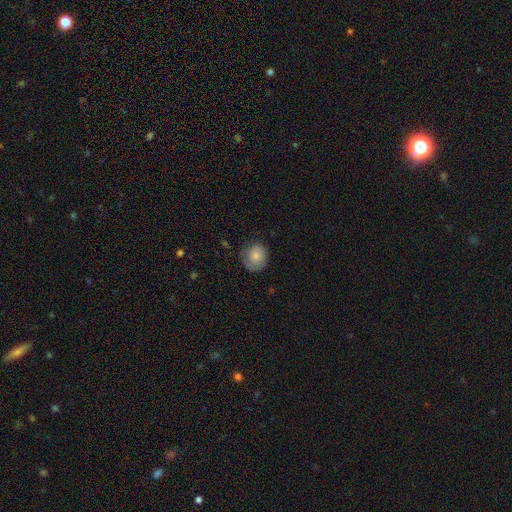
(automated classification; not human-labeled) smooth 75%, featured or disk 17%, star or artifact 8%. Down the decision tree: how rounded — round (76%); merging — none (66%).